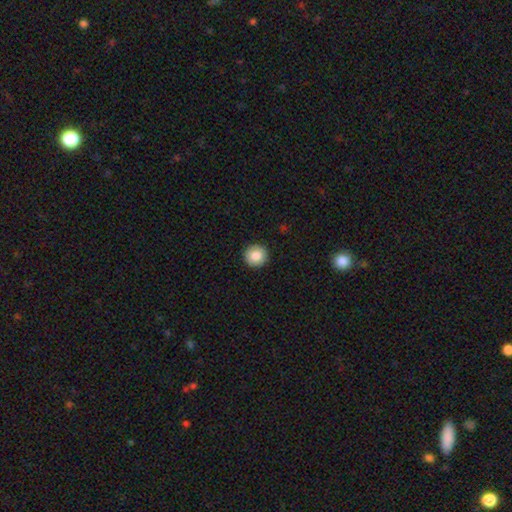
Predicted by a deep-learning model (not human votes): smooth-or-featured: smooth: 85% | star or artifact: 8% | featured or disk: 7%
  how-rounded: round: 96% | in between: 3% | cigar-shaped: 1%
  merging: none: 93% | minor disturbance: 4% | major disturbance: 1% | merger: 1%